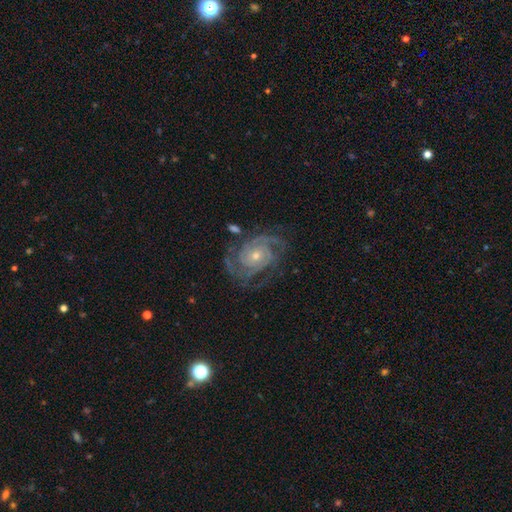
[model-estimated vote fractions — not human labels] Smooth or featured? Predicted: featured or disk (p=0.91). Edge-on disk? Predicted: no (p=0.98). Bar? Predicted: no (p=0.73). Spiral arms? Predicted: yes (p=0.98). Spiral winding? Predicted: tight (p=0.64). Spiral arm count? Predicted: 2 (p=0.40). Bulge size? Predicted: small (p=0.61). Merging? Predicted: none (p=0.75).